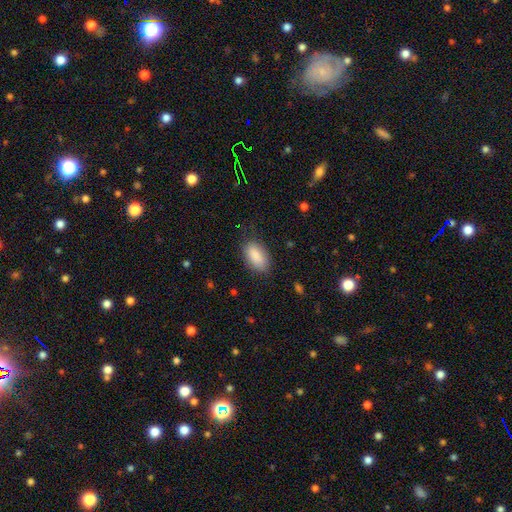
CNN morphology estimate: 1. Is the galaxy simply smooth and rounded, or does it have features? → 88% smooth, 6% star or artifact, 5% featured or disk.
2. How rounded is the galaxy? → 92% in between, 4% round, 3% cigar-shaped.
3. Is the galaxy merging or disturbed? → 79% none, 16% minor disturbance, 5% major disturbance, 1% merger.